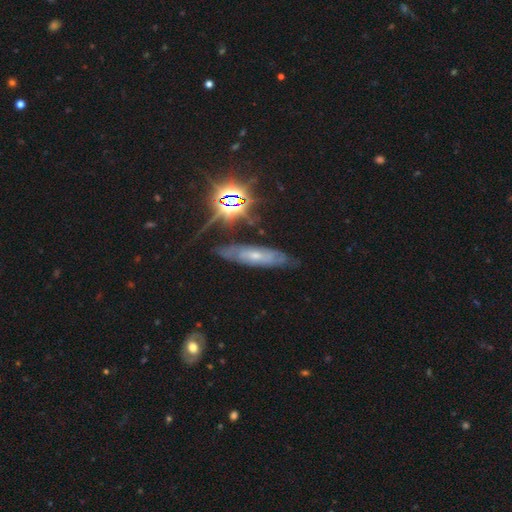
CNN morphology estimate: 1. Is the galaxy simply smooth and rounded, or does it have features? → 63% featured or disk, 20% star or artifact, 17% smooth.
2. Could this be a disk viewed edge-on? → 65% no, 35% yes.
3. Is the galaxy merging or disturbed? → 73% none, 18% minor disturbance, 6% major disturbance, 2% merger.